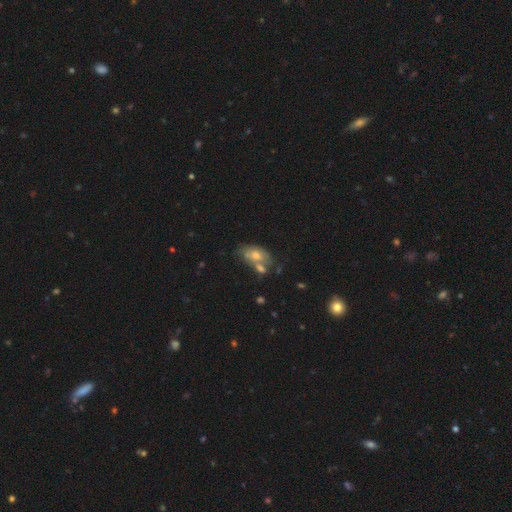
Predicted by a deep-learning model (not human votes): smooth 61%, featured or disk 30%, star or artifact 9%. Down the decision tree: how rounded — in between (89%); merging — merger (35%).